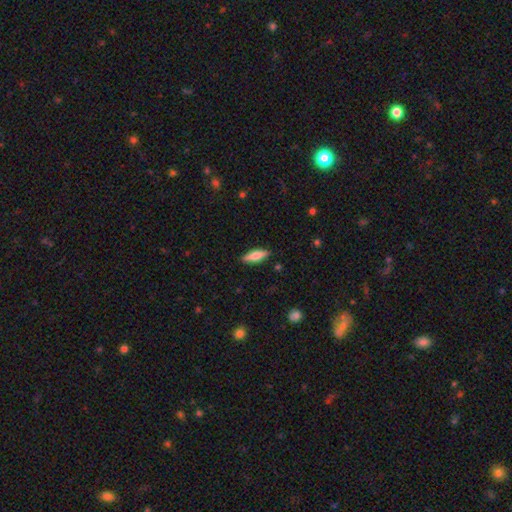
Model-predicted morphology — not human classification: The model was most divided on "how rounded": cigar-shaped: 57%, in between: 41%, round: 2%. More confident: merging — none (88%); smooth or featured — smooth (69%).